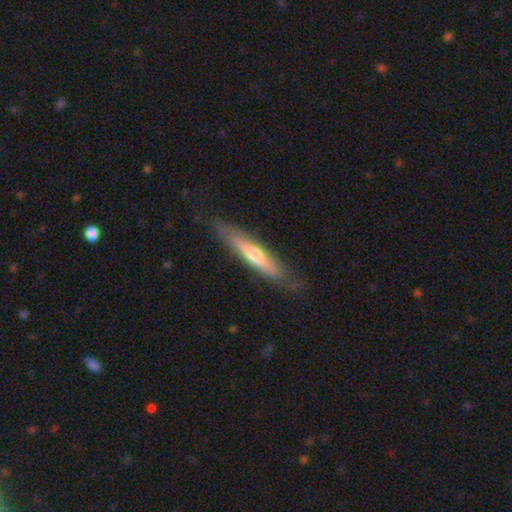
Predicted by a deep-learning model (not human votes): A smooth galaxy with no disk features (55%) that is cigar-shaped (84%).

Vote fractions:
- Smooth or featured? smooth: 55% / featured or disk: 39% / star or artifact: 6%
- How rounded? cigar-shaped: 84% / in between: 15% / round: 2%
- Merging? none: 78% / minor disturbance: 16% / major disturbance: 5% / merger: 1%